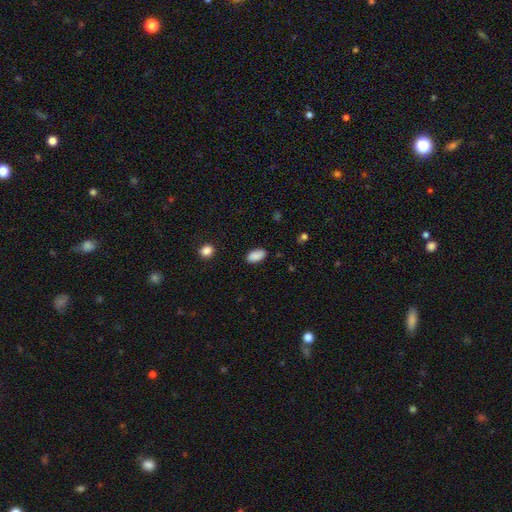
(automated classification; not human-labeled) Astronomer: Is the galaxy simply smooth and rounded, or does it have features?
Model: smooth — 88%.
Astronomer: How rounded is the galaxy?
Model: in between — 94%.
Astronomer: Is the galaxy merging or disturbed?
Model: none — 85%.